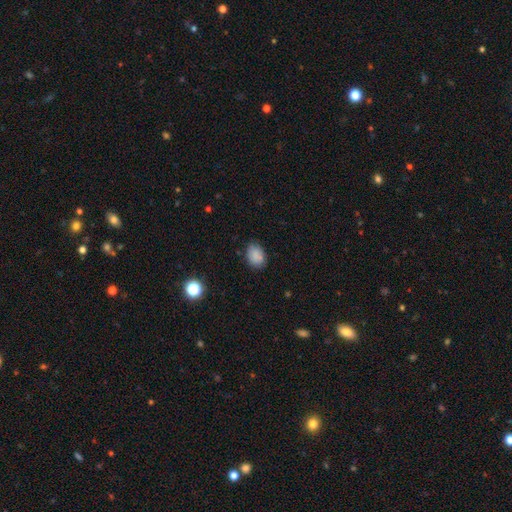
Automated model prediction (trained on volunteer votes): A smooth galaxy with no disk features (84%) that is in between round and cigar-shaped (73%).

Vote fractions:
- Smooth or featured? smooth: 84% / star or artifact: 9% / featured or disk: 6%
- How rounded? in between: 73% / round: 26% / cigar-shaped: 1%
- Merging? none: 80% / minor disturbance: 15% / major disturbance: 3% / merger: 1%